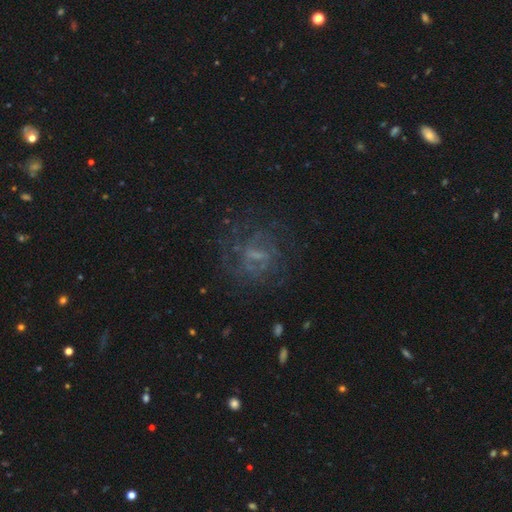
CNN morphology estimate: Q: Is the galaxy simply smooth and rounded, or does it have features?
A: featured or disk — 60%.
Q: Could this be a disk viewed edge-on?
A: no — 96%.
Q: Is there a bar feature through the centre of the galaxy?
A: weak — 46%.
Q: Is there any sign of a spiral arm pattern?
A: yes — 62%.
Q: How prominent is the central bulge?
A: small — 40%.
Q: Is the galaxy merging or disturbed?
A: none — 64%.